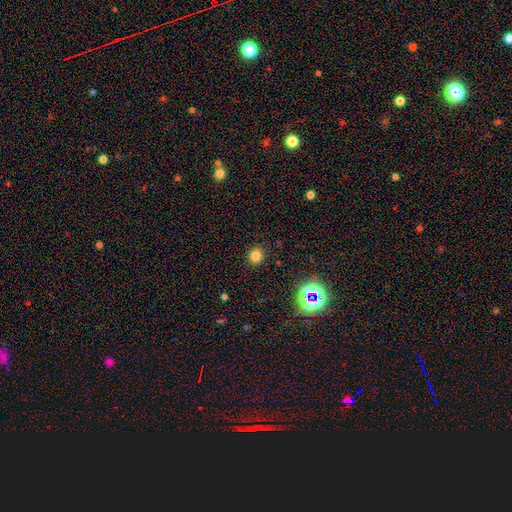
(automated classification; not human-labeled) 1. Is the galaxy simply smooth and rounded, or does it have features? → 78% smooth, 17% star or artifact, 5% featured or disk.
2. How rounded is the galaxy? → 78% round, 21% in between, 1% cigar-shaped.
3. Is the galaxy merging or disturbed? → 89% none, 7% minor disturbance, 2% major disturbance, 1% merger.